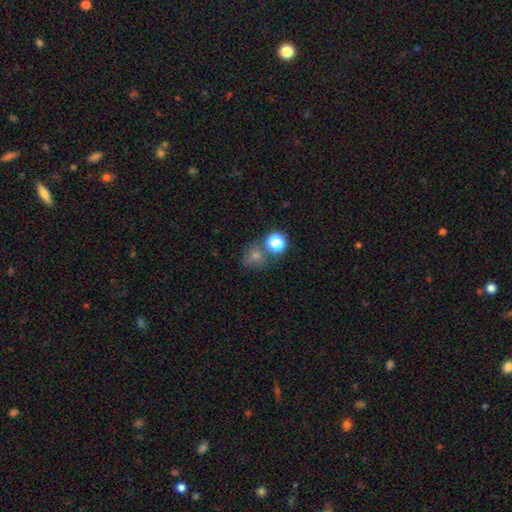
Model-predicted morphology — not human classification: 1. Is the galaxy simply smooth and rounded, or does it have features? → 69% smooth, 23% star or artifact, 9% featured or disk.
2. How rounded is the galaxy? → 76% round, 22% in between, 1% cigar-shaped.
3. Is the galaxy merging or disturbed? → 55% none, 22% merger, 15% minor disturbance, 9% major disturbance.